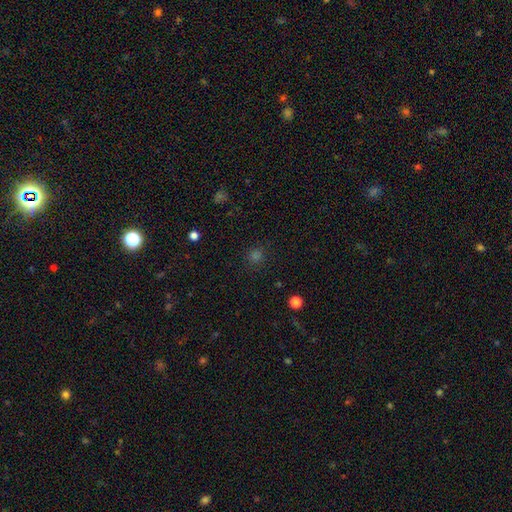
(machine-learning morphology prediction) A smooth galaxy with no disk features (65%) that is round (89%).

Vote fractions:
- Smooth or featured? smooth: 65% / star or artifact: 30% / featured or disk: 5%
- How rounded? round: 89% / in between: 9% / cigar-shaped: 1%
- Merging? none: 88% / minor disturbance: 8% / major disturbance: 3% / merger: 2%